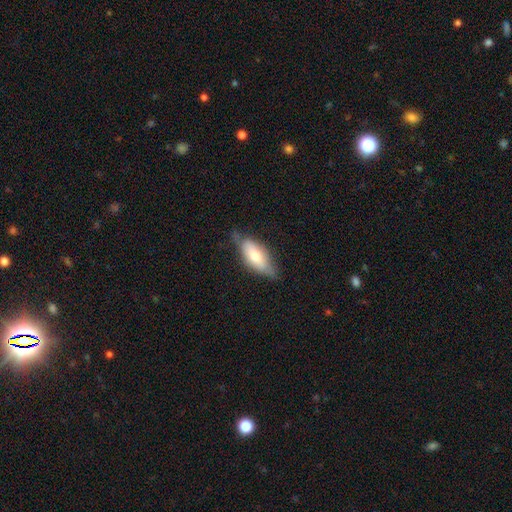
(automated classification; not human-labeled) This appears to be a smooth galaxy with no disk features (62%) that is in between round and cigar-shaped (78%). Merging: none (58%).